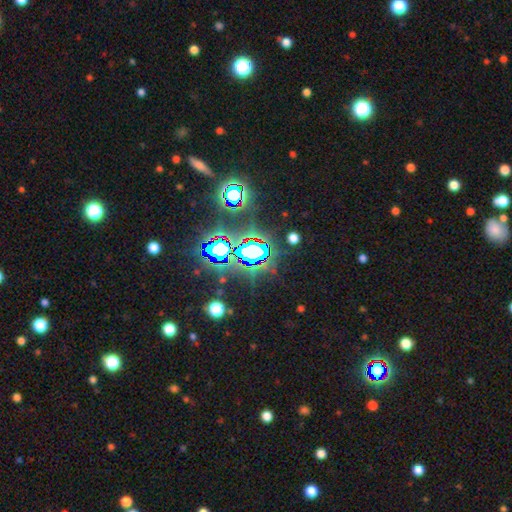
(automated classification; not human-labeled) Q: Smooth or featured?
A: star or artifact (78%); runner-up: smooth (12%)